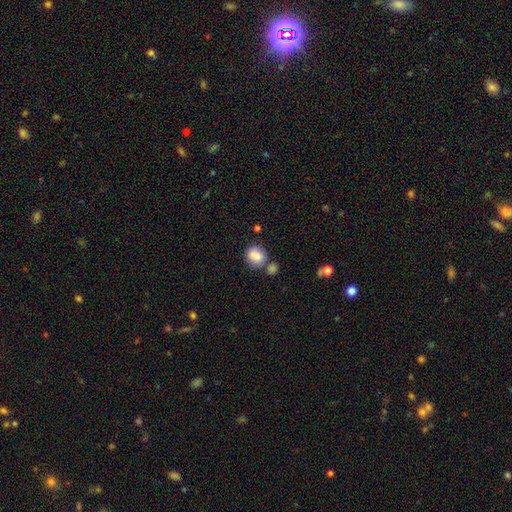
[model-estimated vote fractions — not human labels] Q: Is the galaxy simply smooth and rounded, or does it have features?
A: smooth — 85%.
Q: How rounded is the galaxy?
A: round — 57%.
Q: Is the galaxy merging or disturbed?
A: none — 57%.